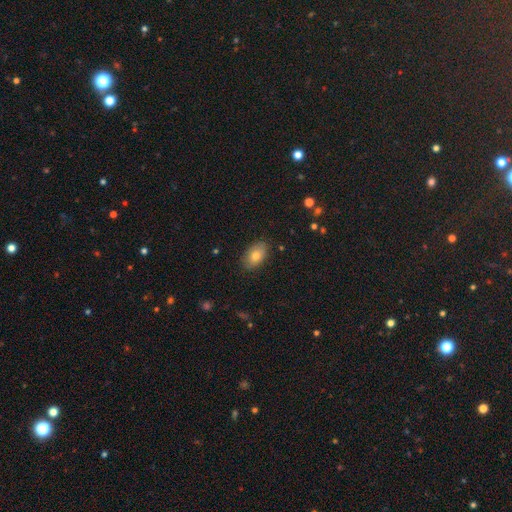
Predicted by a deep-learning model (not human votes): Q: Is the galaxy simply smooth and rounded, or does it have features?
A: smooth — 76%.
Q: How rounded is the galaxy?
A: in between — 91%.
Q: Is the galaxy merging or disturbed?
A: none — 84%.